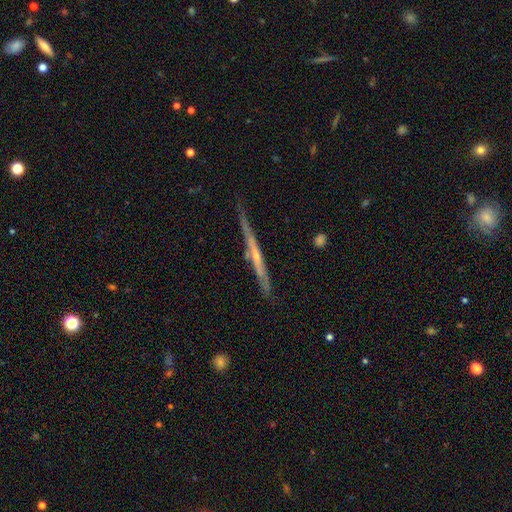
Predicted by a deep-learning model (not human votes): Q: Smooth or featured?
A: featured or disk (73%); runner-up: smooth (21%)
Q: Edge-on disk?
A: yes (97%); runner-up: no (3%)
Q: Edge-on bulge?
A: none (55%); runner-up: rounded (39%)
Q: Merging?
A: none (78%); runner-up: minor disturbance (16%)